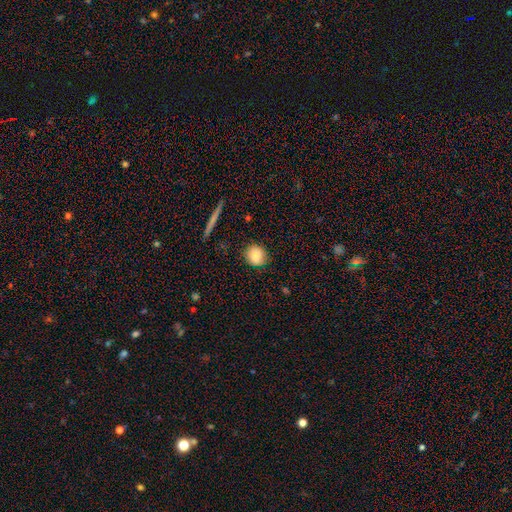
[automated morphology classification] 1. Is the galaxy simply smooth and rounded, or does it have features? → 84% smooth, 8% star or artifact, 8% featured or disk.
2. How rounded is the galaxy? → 85% round, 14% in between, 1% cigar-shaped.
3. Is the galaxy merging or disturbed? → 84% none, 12% minor disturbance, 3% major disturbance, 1% merger.